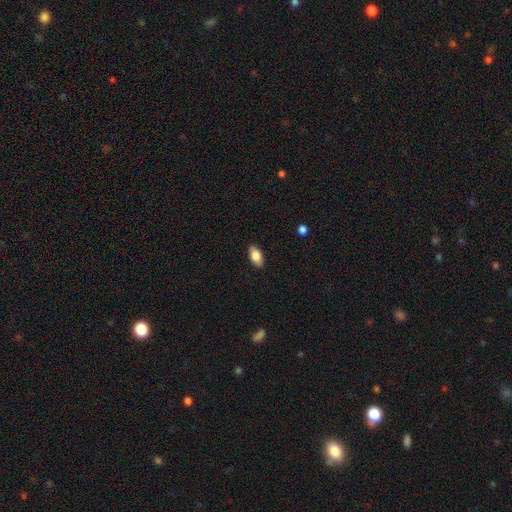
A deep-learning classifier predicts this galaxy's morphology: This appears to be a smooth galaxy with no disk features (83%) that is in between round and cigar-shaped (91%). Merging: none (89%).